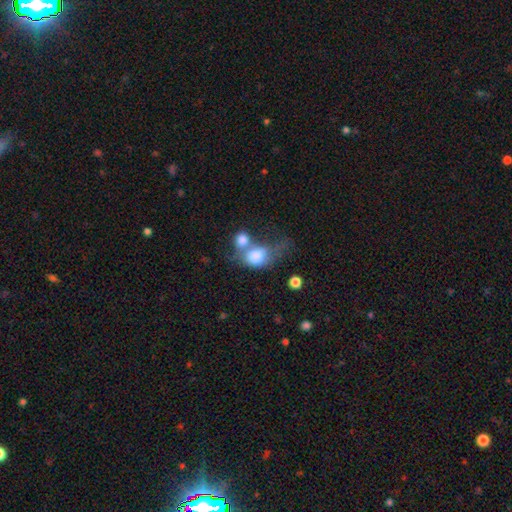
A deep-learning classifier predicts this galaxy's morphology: A smooth galaxy with no disk features (74%) that is round (51%).

Vote fractions:
- Smooth or featured? smooth: 74% / featured or disk: 17% / star or artifact: 9%
- How rounded? round: 51% / in between: 47% / cigar-shaped: 2%
- Merging? merger: 62% / none: 15% / major disturbance: 15% / minor disturbance: 9%